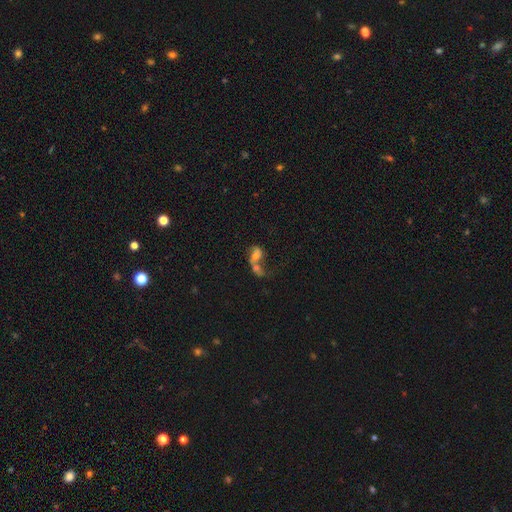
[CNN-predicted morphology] Overall: smooth (46%; featured or disk 41%). Merging: merger (69%).